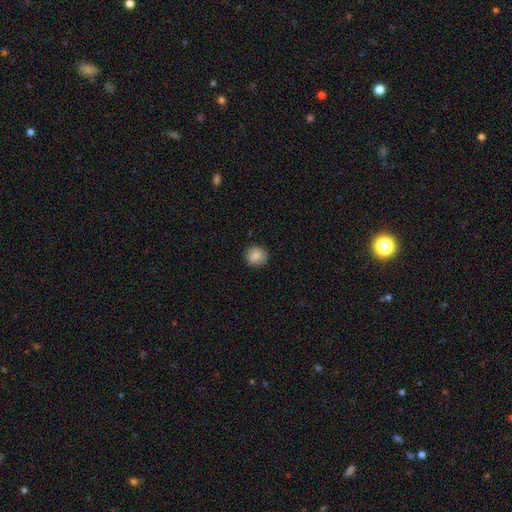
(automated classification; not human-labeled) Smooth or featured?
  - smooth: 83% *
  - featured or disk: 9%
  - star or artifact: 8%
How rounded?
  - round: 90% *
  - in between: 9%
  - cigar-shaped: 1%
Merging?
  - none: 86% *
  - minor disturbance: 10%
  - major disturbance: 2%
  - merger: 1%